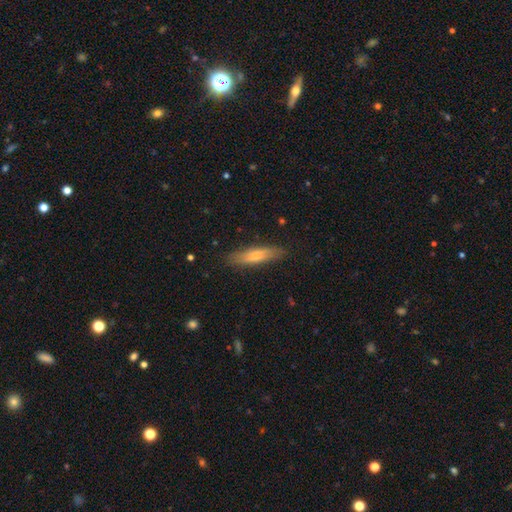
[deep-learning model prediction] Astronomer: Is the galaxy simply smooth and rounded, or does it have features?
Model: smooth — 69%.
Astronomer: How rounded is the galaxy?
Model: cigar-shaped — 76%.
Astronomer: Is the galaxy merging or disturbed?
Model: none — 85%.